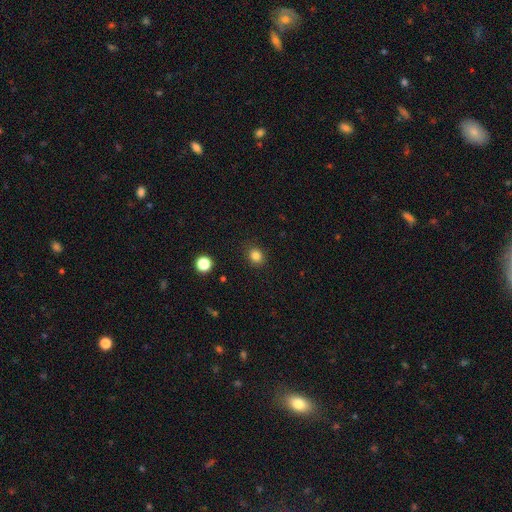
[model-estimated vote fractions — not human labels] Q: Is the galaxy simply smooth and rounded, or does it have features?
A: smooth — 83%.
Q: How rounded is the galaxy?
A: round — 72%.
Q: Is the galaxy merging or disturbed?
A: none — 89%.